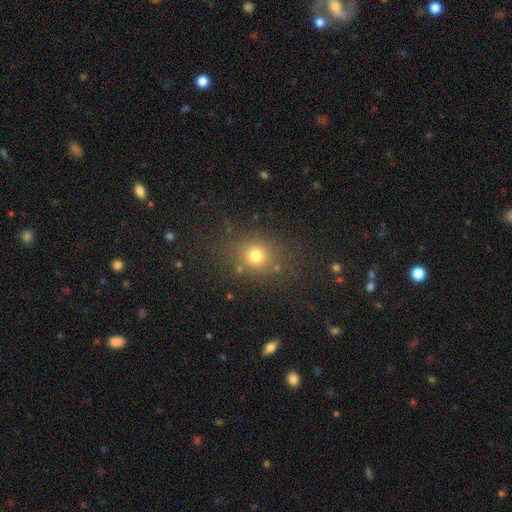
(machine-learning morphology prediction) The model was most divided on "how rounded": round: 71%, in between: 28%, cigar-shaped: 1%. More confident: merging — none (78%); smooth or featured — smooth (73%).